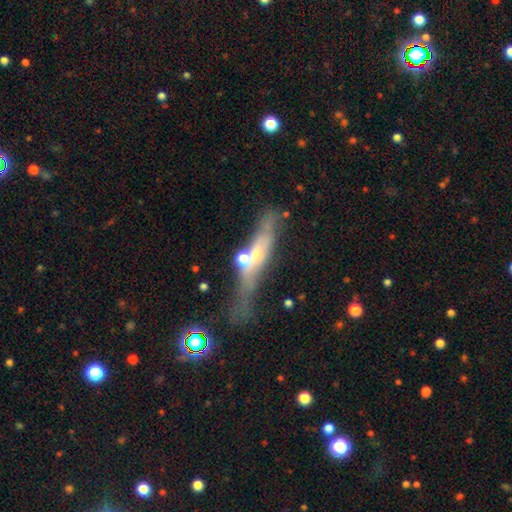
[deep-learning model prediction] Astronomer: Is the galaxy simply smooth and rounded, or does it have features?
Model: featured or disk — 56% (runner-up: smooth, 33%).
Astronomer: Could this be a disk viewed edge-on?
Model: yes — 72%.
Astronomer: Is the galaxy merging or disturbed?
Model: none — 44% (runner-up: minor disturbance, 23%).